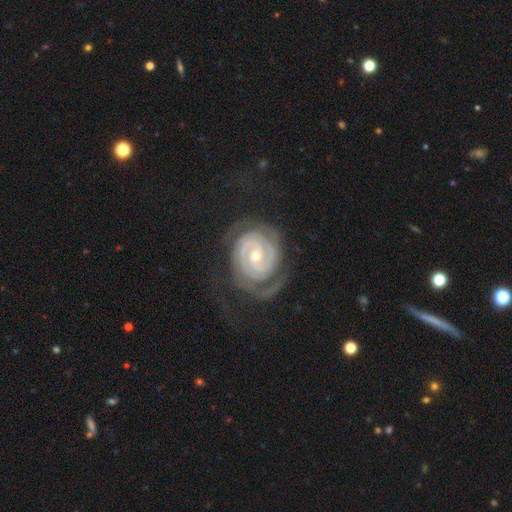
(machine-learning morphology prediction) A featured or disk galaxy (91%) with no bar (53%), 2 (57%) tight (81%) spiral arms (98%) and a small central bulge (55%). Merging: none (67%).